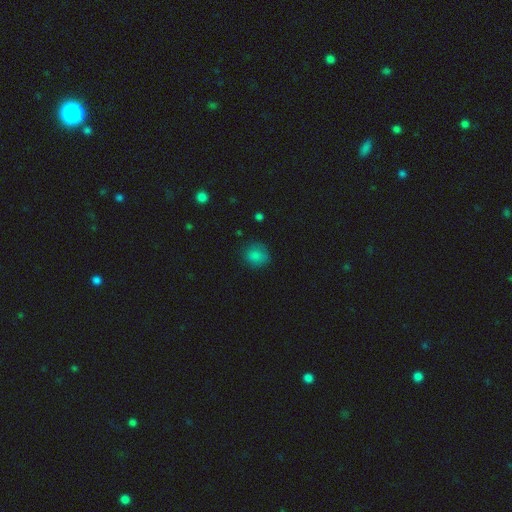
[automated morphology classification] Q: Smooth or featured?
A: smooth (82%); runner-up: star or artifact (12%)
Q: How rounded?
A: round (81%); runner-up: in between (18%)
Q: Merging?
A: none (77%); runner-up: minor disturbance (16%)